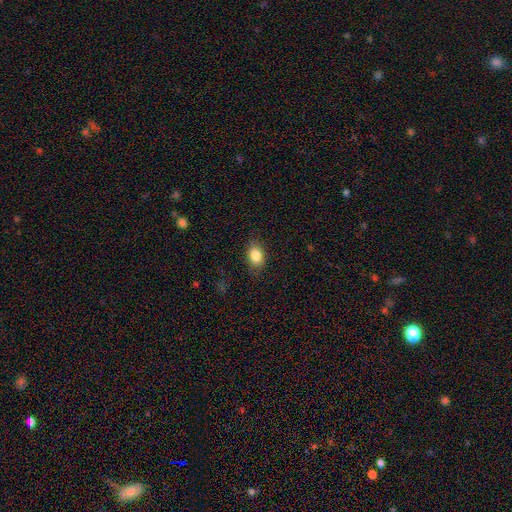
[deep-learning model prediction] Smooth or featured? Predicted: smooth (p=0.84). How rounded? Predicted: in between (p=0.77). Merging? Predicted: none (p=0.81).